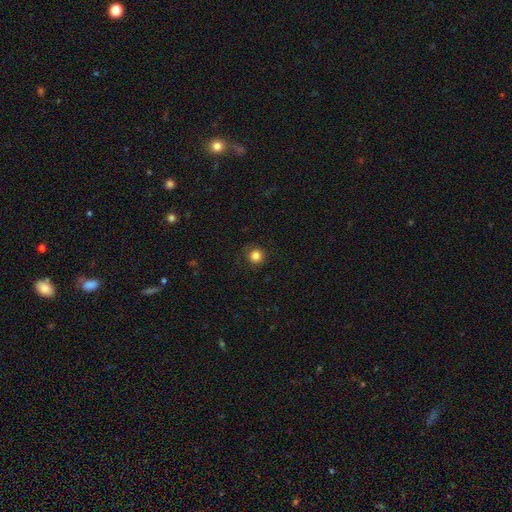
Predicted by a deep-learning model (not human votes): Smooth or featured: smooth — 84% (star or artifact — 12%)
How rounded: round — 92% (in between — 7%)
Merging: none — 86% (minor disturbance — 9%)